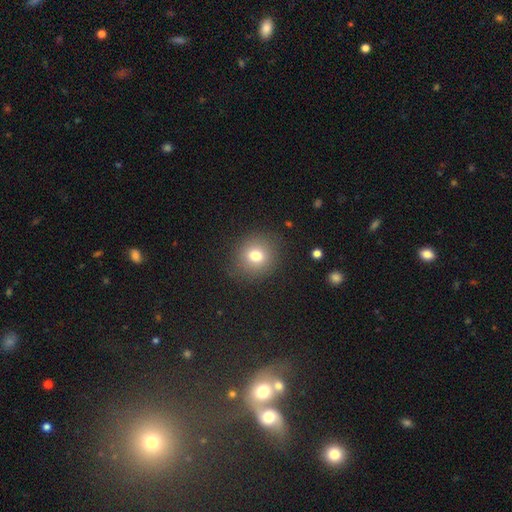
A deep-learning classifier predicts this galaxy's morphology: smooth_or_featured: smooth (p=0.76) [alt: star or artifact p=0.13]
how_rounded: round (p=0.81) [alt: in between p=0.18]
merging: none (p=0.85) [alt: minor disturbance p=0.09]